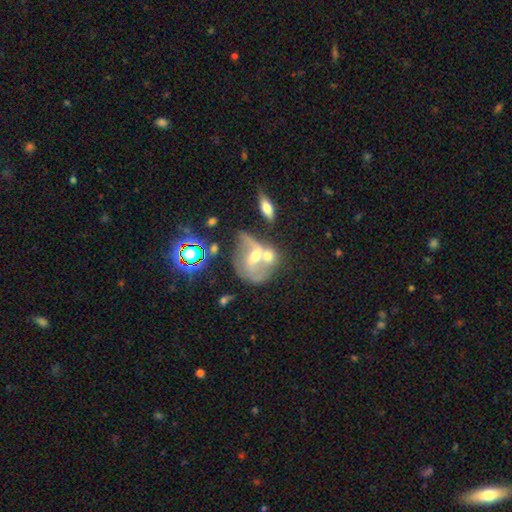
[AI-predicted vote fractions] smooth-or-featured: featured or disk: 58% | smooth: 28% | star or artifact: 15%
  disk-edge-on: no: 94% | yes: 6%
    bar: no: 39% (tied) | weak: 39% (tied) | strong: 21%
    has-spiral-arms: yes: 59% | no: 41%
    bulge-size: moderate: 59% | small: 26% | large: 8% | none: 5% | dominant: 2%
  merging: merger: 50% | none: 24% | major disturbance: 14% | minor disturbance: 12%